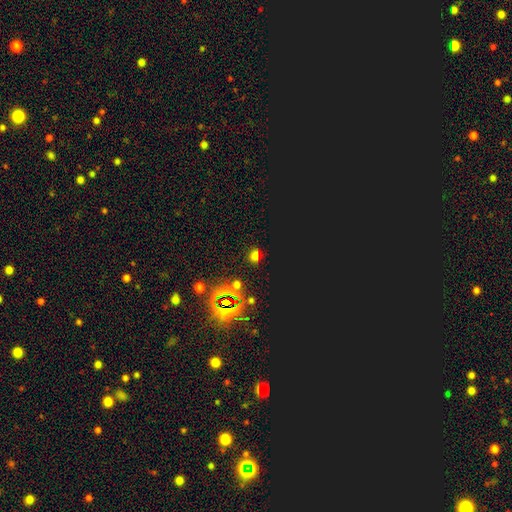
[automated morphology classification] smooth-or-featured: star or artifact: 50% | smooth: 43% | featured or disk: 6%